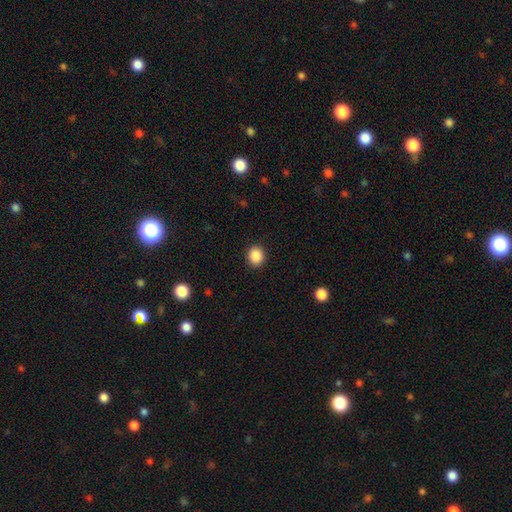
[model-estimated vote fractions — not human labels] This appears to be a smooth galaxy with no disk features (88%) that is round (77%). Merging: none (91%).